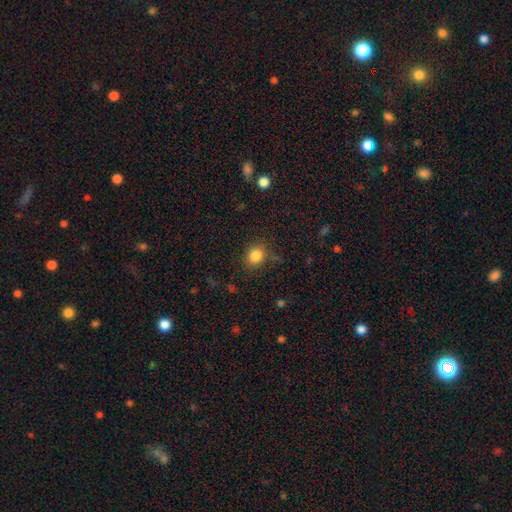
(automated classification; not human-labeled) Smooth or featured? Predicted: smooth (p=0.84). How rounded? Predicted: round (p=0.73). Merging? Predicted: none (p=0.81).